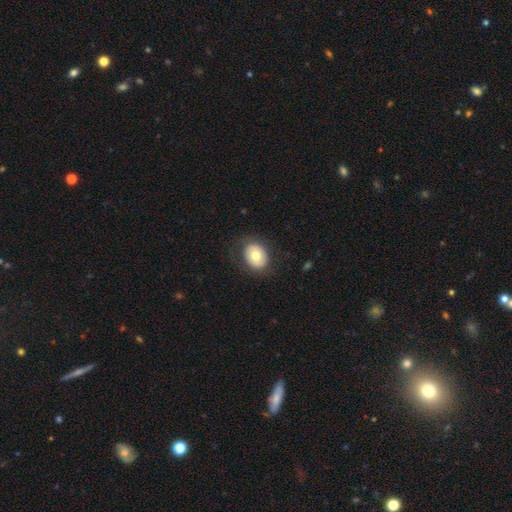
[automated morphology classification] Q: Smooth or featured?
A: smooth (70%); runner-up: featured or disk (22%)
Q: How rounded?
A: in between (54%); runner-up: round (45%)
Q: Merging?
A: none (80%); runner-up: minor disturbance (13%)